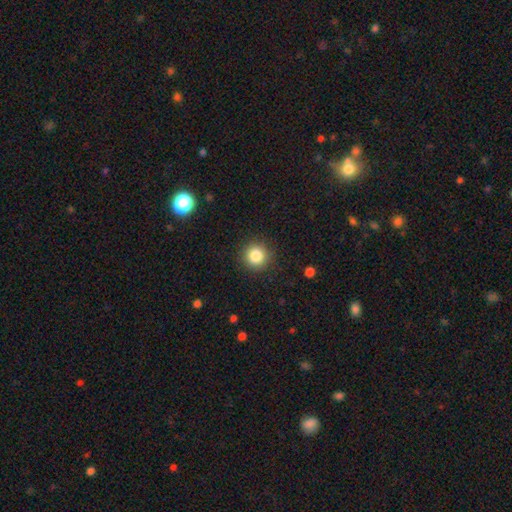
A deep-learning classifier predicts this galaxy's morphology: Smooth or featured? Predicted: smooth (p=0.84). How rounded? Predicted: round (p=0.94). Merging? Predicted: none (p=0.90).